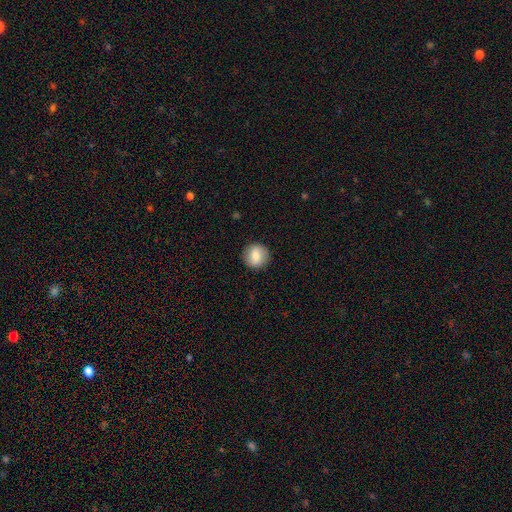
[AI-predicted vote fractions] A smooth galaxy with no disk features (77%) that is round (90%).

Vote fractions:
- Smooth or featured? smooth: 77% / featured or disk: 15% / star or artifact: 8%
- How rounded? round: 90% / in between: 9% / cigar-shaped: 1%
- Merging? none: 90% / minor disturbance: 7% / major disturbance: 2% / merger: 1%